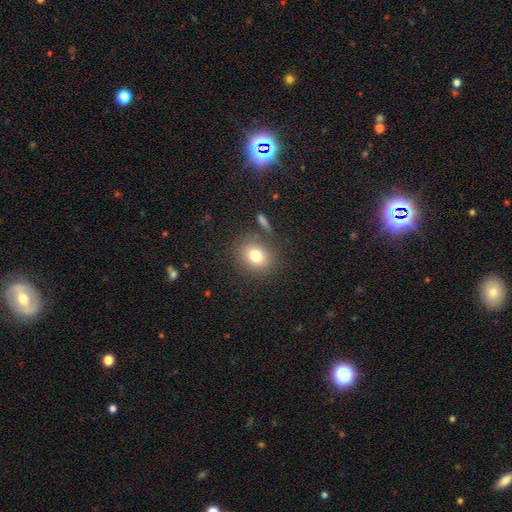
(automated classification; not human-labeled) smooth 78%, star or artifact 12%, featured or disk 11%. Down the decision tree: how rounded — round (69%); merging — none (79%).